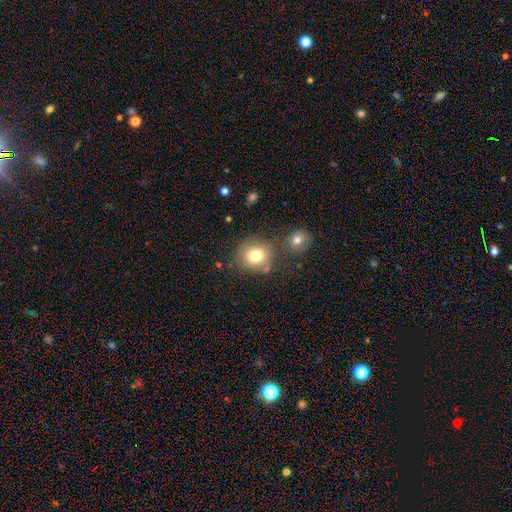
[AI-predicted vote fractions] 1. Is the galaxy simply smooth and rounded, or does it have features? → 76% smooth, 12% star or artifact, 12% featured or disk.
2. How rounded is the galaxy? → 82% round, 17% in between, 1% cigar-shaped.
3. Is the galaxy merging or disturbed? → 67% none, 15% merger, 13% minor disturbance, 5% major disturbance.